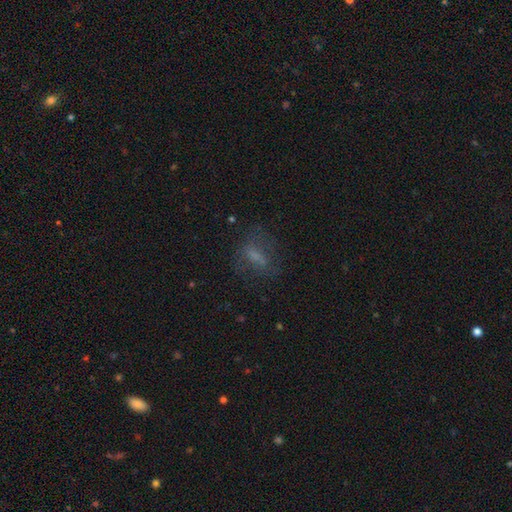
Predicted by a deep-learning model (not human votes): This appears to be a smooth galaxy with no disk features (52%) that is in between round and cigar-shaped (65%). Merging: none (56%).